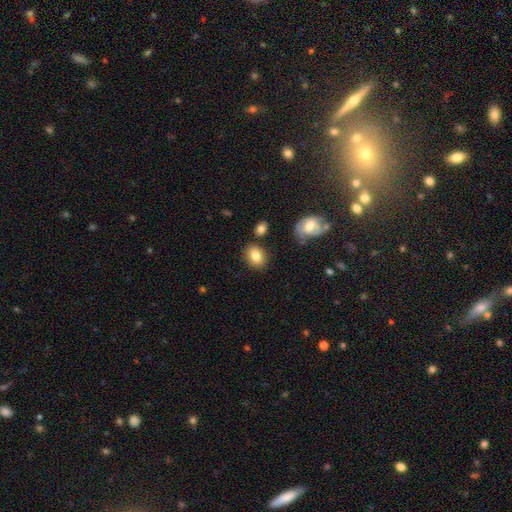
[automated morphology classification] Smooth or featured? smooth (83%)
How rounded? in between (63%)
Merging? none (80%)